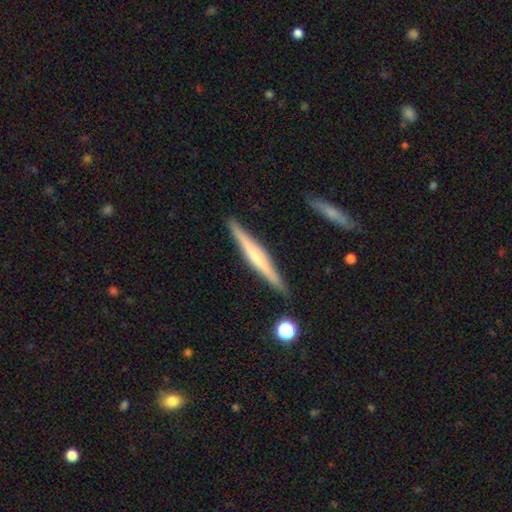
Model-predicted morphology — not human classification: Smooth or featured: featured or disk — 59% (smooth — 36%)
Edge-on disk: yes — 98% (no — 2%)
Edge-on bulge: none — 42% (rounded — 39%)
Merging: none — 90% (minor disturbance — 7%)